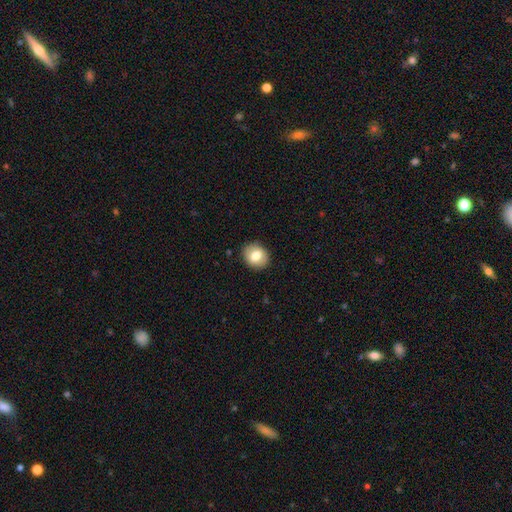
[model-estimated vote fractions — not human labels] Smooth or featured?
  - smooth: 78% *
  - featured or disk: 14%
  - star or artifact: 8%
How rounded?
  - round: 65% *
  - in between: 34%
  - cigar-shaped: 1%
Merging?
  - none: 88% *
  - minor disturbance: 9%
  - major disturbance: 2%
  - merger: 1%